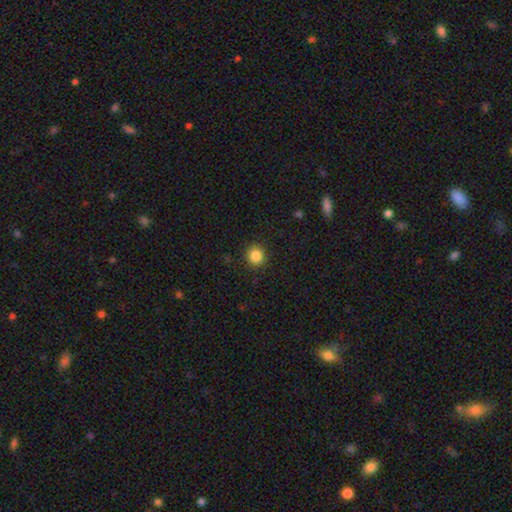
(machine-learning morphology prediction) Q: Smooth or featured?
A: smooth (85%); runner-up: star or artifact (11%)
Q: How rounded?
A: round (90%); runner-up: in between (9%)
Q: Merging?
A: none (91%); runner-up: minor disturbance (6%)